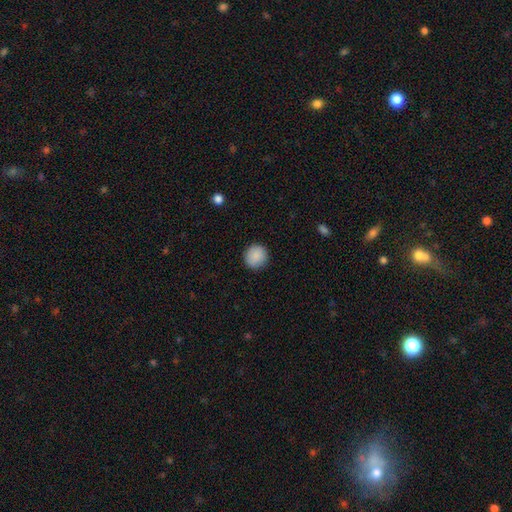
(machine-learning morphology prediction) A smooth galaxy with no disk features (89%) that is round (92%). Merging: none (90%).